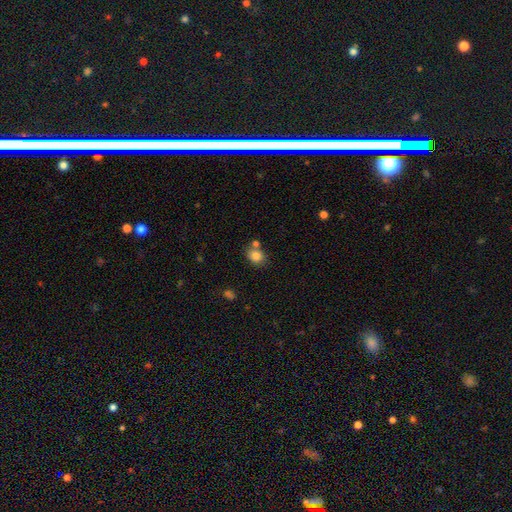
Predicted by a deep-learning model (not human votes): smooth-or-featured: smooth: 83% | star or artifact: 10% | featured or disk: 7%
  how-rounded: round: 62% | in between: 38% | cigar-shaped: 1%
  merging: none: 61% | merger: 21% | minor disturbance: 14% | major disturbance: 5%